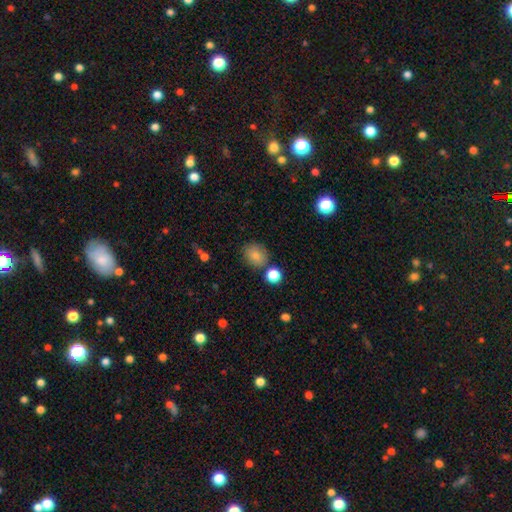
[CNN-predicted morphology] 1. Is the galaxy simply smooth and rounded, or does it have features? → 81% smooth, 11% star or artifact, 8% featured or disk.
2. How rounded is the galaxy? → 74% round, 25% in between, 1% cigar-shaped.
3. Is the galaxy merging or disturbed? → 77% none, 12% minor disturbance, 8% merger, 3% major disturbance.